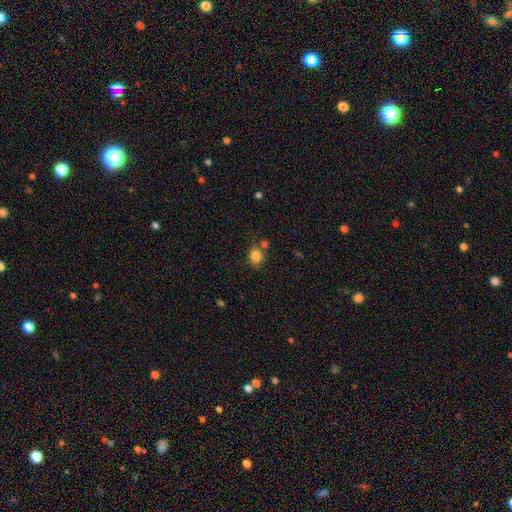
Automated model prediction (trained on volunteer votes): Smooth or featured?
  - smooth: 83% *
  - star or artifact: 11%
  - featured or disk: 6%
How rounded?
  - round: 62% *
  - in between: 37%
  - cigar-shaped: 1%
Merging?
  - none: 70% *
  - minor disturbance: 13%
  - merger: 13%
  - major disturbance: 4%